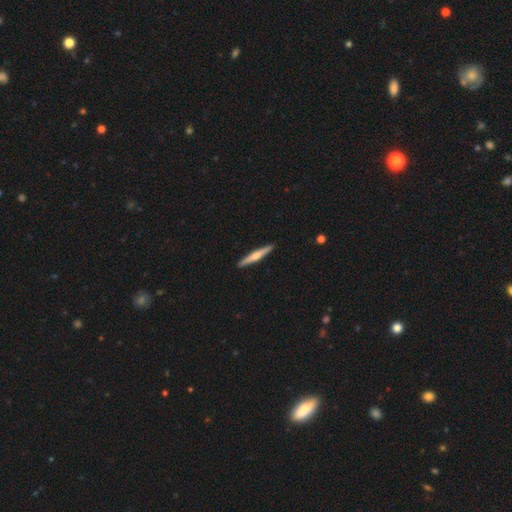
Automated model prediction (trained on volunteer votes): smooth-or-featured: featured or disk: 55% | smooth: 40% | star or artifact: 5%
  disk-edge-on: yes: 97% | no: 3%
    edge-on-bulge: rounded: 83% | none: 12% | boxy: 5%
  merging: none: 93% | minor disturbance: 5% | major disturbance: 1% | merger: 1%